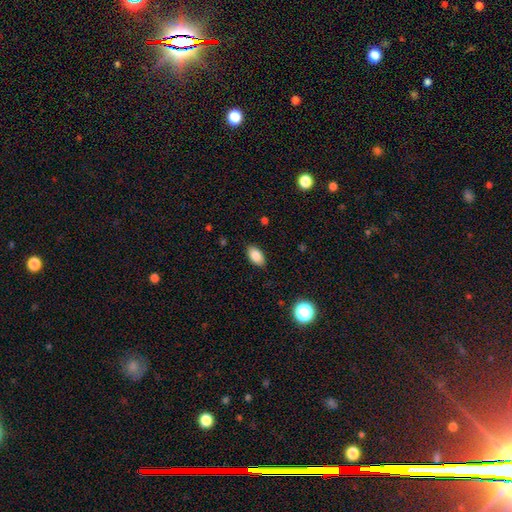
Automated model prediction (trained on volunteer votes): This appears to be a smooth galaxy with no disk features (85%) that is in between round and cigar-shaped (93%). Merging: none (87%).